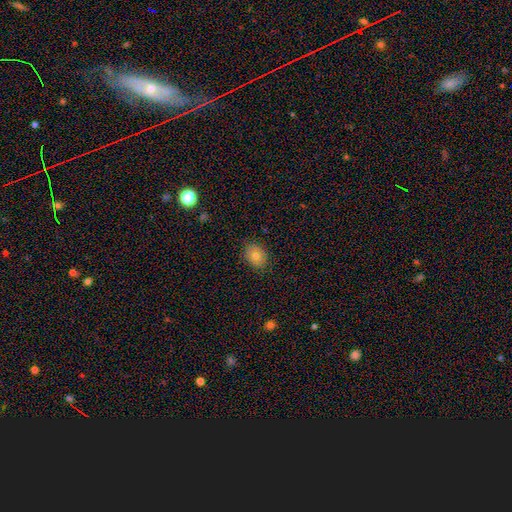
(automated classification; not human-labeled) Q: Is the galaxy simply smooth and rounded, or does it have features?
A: smooth — 78%.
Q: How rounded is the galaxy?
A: in between — 57%.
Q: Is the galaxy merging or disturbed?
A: none — 86%.